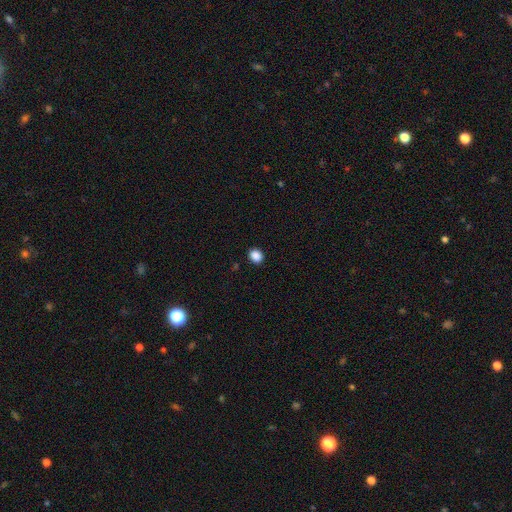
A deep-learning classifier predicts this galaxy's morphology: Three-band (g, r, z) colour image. It shows a smooth galaxy with no disk features (88%) that is round (63%). Merging: none (91%).